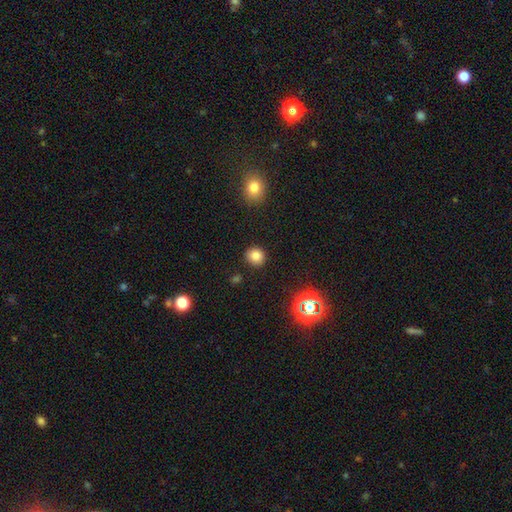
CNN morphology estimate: This is clearly a smooth galaxy (82%). How rounded: clearly round (86%). Merging: clearly none (90%).